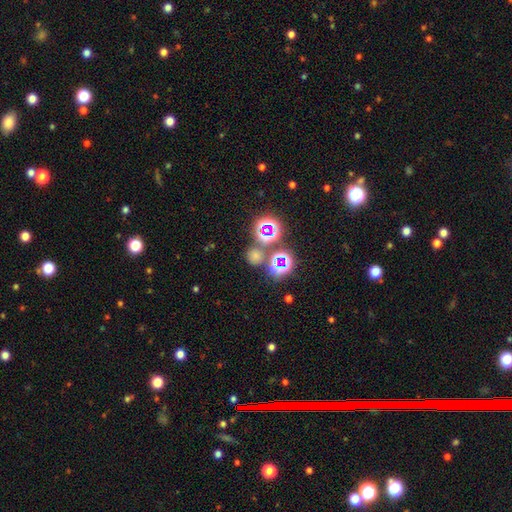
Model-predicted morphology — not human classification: This is possibly a smooth galaxy (52%). How rounded: clearly round (83%). Merging: likely none (70%).